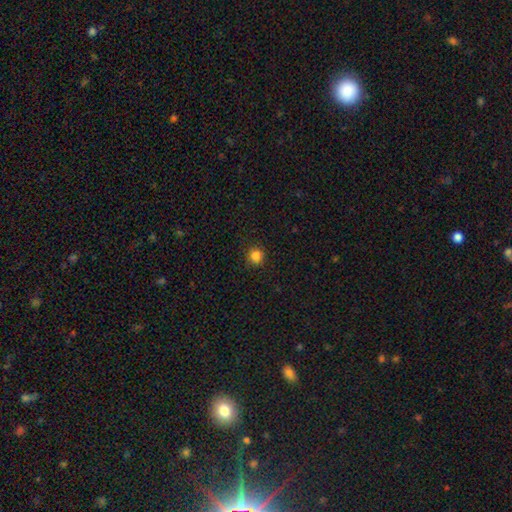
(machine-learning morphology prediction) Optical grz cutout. It shows a smooth galaxy with no disk features (84%) that is round (92%). Merging: none (90%).